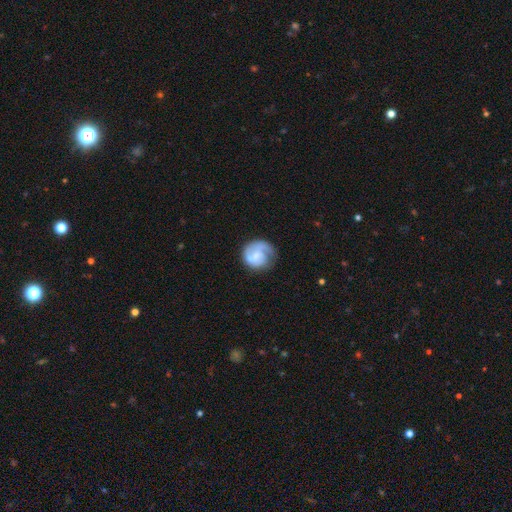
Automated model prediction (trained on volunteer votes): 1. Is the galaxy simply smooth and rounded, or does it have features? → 65% featured or disk, 29% smooth, 6% star or artifact.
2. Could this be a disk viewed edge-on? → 98% no, 2% yes.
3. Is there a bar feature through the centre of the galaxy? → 57% no, 37% weak, 7% strong.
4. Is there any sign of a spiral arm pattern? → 87% yes, 13% no.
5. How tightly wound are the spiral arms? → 40% medium, 35% tight, 24% loose.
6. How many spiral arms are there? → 40% 2, 37% 1, 13% can't tell, 7% 3, 2% 4, 2% more than 4.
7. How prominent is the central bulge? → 48% small, 26% none, 22% moderate, 3% large, 1% dominant.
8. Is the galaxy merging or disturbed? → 59% none, 21% minor disturbance, 17% major disturbance, 3% merger.